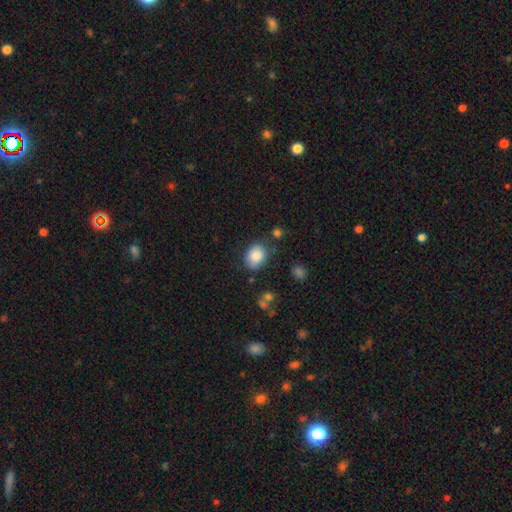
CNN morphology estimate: A smooth galaxy with no disk features (85%) that is in between round and cigar-shaped (60%).

Vote fractions:
- Smooth or featured? smooth: 85% / star or artifact: 8% / featured or disk: 7%
- How rounded? in between: 60% / round: 39% / cigar-shaped: 1%
- Merging? none: 75% / minor disturbance: 17% / major disturbance: 4% / merger: 4%